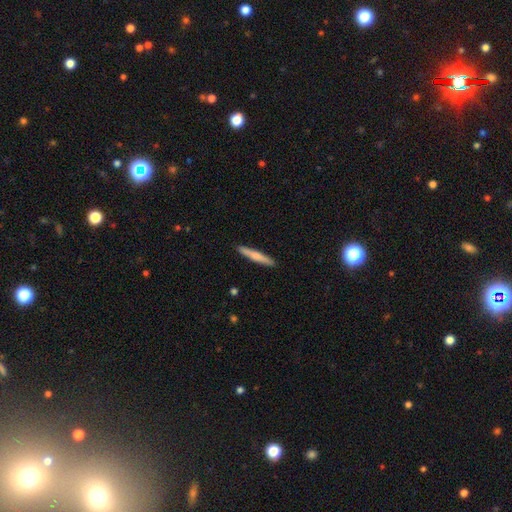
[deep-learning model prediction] smooth_or_featured: smooth (p=0.66) [alt: featured or disk p=0.29]
how_rounded: cigar-shaped (p=0.95) [alt: in between p=0.04]
merging: none (p=0.91) [alt: minor disturbance p=0.07]